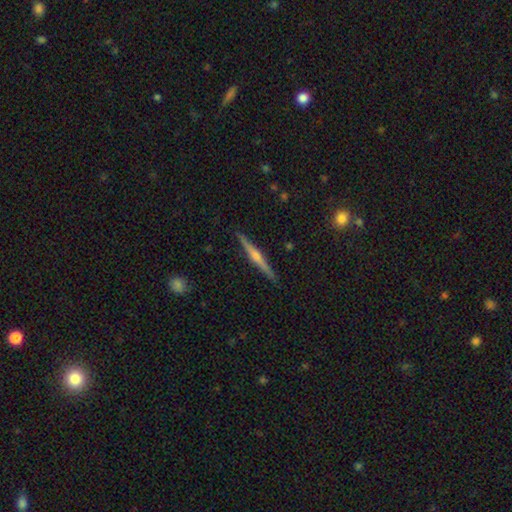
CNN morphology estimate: featured or disk 79%, smooth 15%, star or artifact 6%. Down the decision tree: edge-on disk — yes (99%); edge-on bulge — rounded (83%); merging — none (92%).